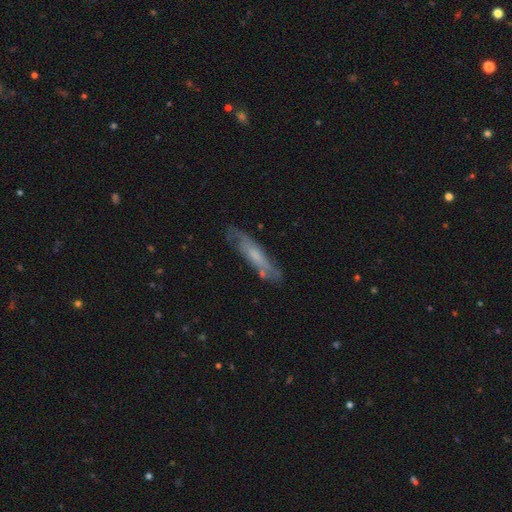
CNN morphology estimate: Smooth or featured? Predicted: featured or disk (p=0.55). Edge-on disk? Predicted: yes (p=0.55). Merging? Predicted: none (p=0.72).